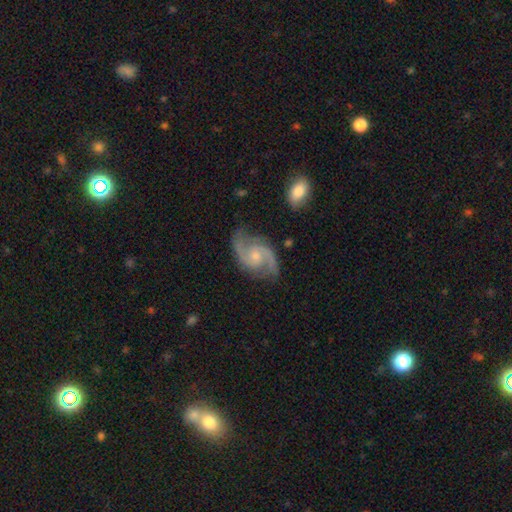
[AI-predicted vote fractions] Smooth or featured? Predicted: featured or disk (p=0.91). Edge-on disk? Predicted: no (p=0.98). Bar? Predicted: no (p=0.59). Spiral arms? Predicted: yes (p=0.98). Spiral winding? Predicted: medium (p=0.59). Spiral arm count? Predicted: 2 (p=0.90). Bulge size? Predicted: small (p=0.55). Merging? Predicted: none (p=0.76).